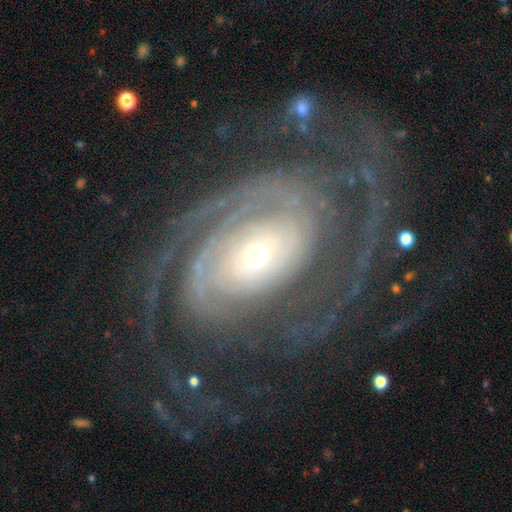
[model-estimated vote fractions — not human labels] Smooth or featured?
  - featured or disk: 91% *
  - star or artifact: 5%
  - smooth: 4%
Edge-on disk?
  - no: 96% *
  - yes: 4%
Bar?
  - no: 68% *
  - weak: 20%
  - strong: 12%
Spiral arms?
  - yes: 97% *
  - no: 3%
Spiral winding?
  - tight: 67% *
  - medium: 26%
  - loose: 7%
Spiral arm count?
  - 2: 34% *
  - can't tell: 21%
  - 3: 18%
  - 4: 10%
  - more than 4: 9%
  - 1: 8%
Bulge size?
  - small: 51% *
  - moderate: 40%
  - large: 6%
  - dominant: 2%
  - none: 1%
Merging?
  - none: 62% *
  - major disturbance: 20%
  - minor disturbance: 16%
  - merger: 2%